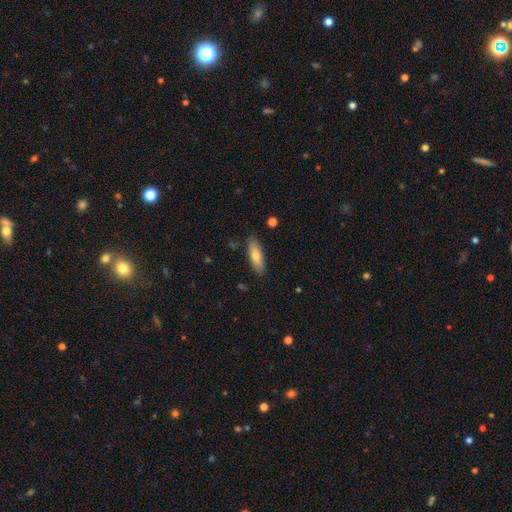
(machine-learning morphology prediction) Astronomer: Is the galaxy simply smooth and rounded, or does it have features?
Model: smooth — 73%.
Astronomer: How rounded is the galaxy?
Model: in between — 52% (runner-up: cigar-shaped, 46%).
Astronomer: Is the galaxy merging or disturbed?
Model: none — 86%.